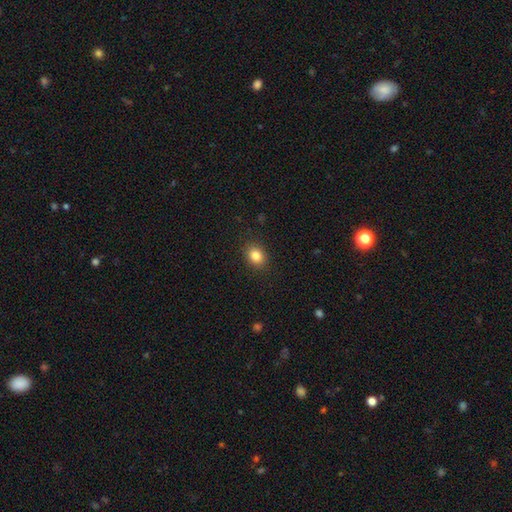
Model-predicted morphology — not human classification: Smooth or featured?
  - smooth: 84% *
  - star or artifact: 10%
  - featured or disk: 6%
How rounded?
  - in between: 50% *
  - round: 49%
  - cigar-shaped: 1%
Merging?
  - none: 89% *
  - minor disturbance: 8%
  - major disturbance: 2%
  - merger: 1%